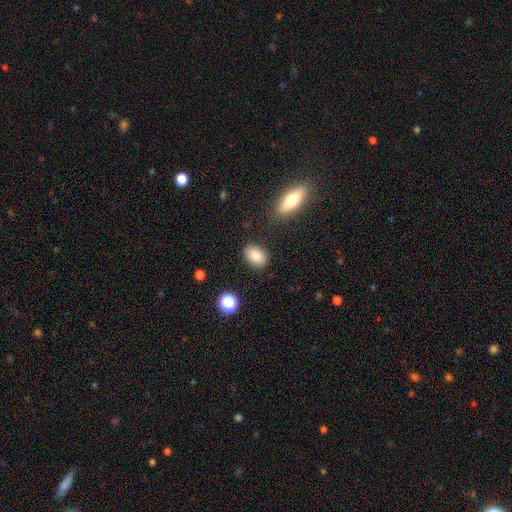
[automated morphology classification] This is clearly a smooth galaxy (84%). How rounded: clearly in between (83%). Merging: clearly none (85%).